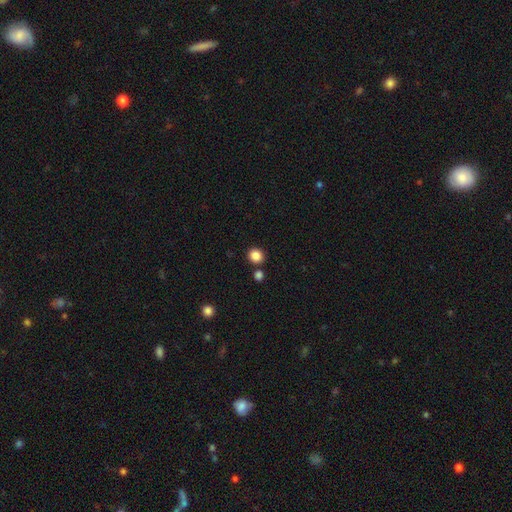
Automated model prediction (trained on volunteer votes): smooth-or-featured: smooth: 86% | star or artifact: 10% | featured or disk: 3%
  how-rounded: round: 80% | in between: 20% | cigar-shaped: 1%
  merging: none: 79% | merger: 11% | minor disturbance: 8% | major disturbance: 2%